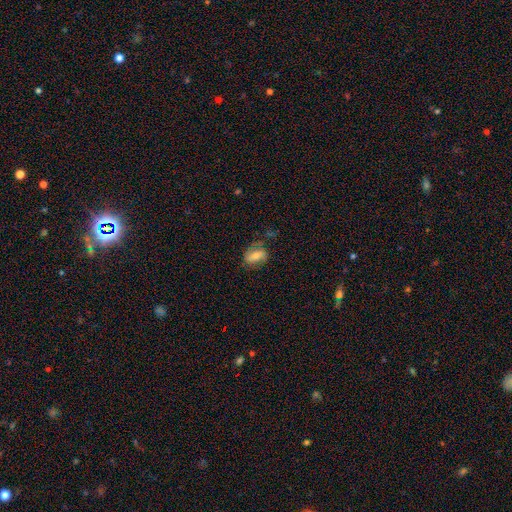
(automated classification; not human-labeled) smooth-or-featured: smooth: 50% | featured or disk: 42% | star or artifact: 8%
  merging: none: 63% | minor disturbance: 23% | major disturbance: 11% | merger: 2%